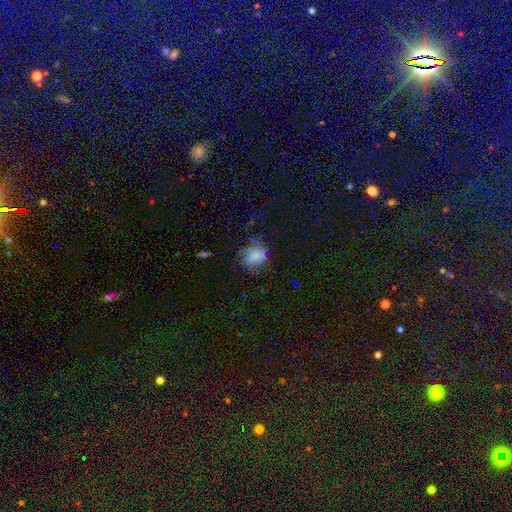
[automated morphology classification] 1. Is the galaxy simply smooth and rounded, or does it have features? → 72% smooth, 17% featured or disk, 11% star or artifact.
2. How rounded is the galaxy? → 63% round, 36% in between, 1% cigar-shaped.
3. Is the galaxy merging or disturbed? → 56% none, 26% minor disturbance, 15% major disturbance, 3% merger.